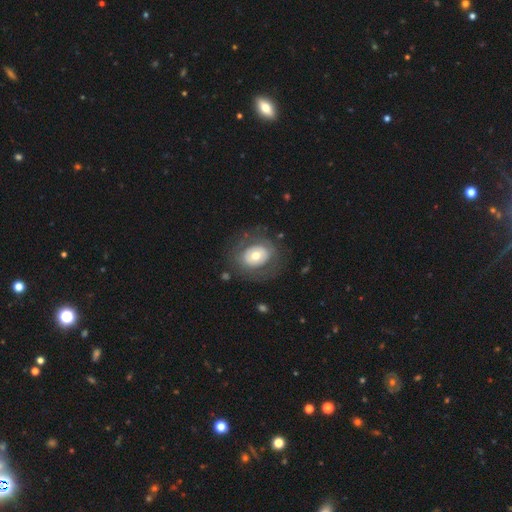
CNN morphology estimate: Smooth or featured?
  - smooth: 49% *
  - featured or disk: 44%
  - star or artifact: 7%
Merging?
  - none: 76% *
  - minor disturbance: 13%
  - major disturbance: 10%
  - merger: 1%